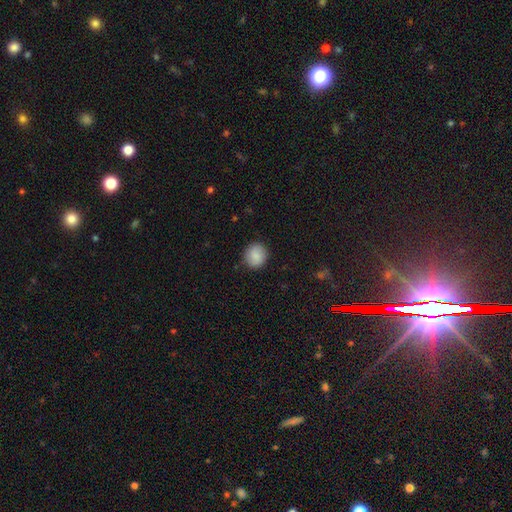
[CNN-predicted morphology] A smooth galaxy with no disk features (85%) that is round (85%). Merging: none (88%).